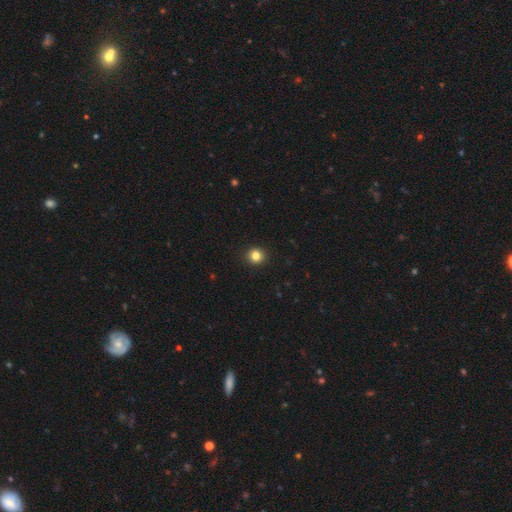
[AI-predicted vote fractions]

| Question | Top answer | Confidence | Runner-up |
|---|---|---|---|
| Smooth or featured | smooth | 83% | star or artifact (12%) |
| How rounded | round | 91% | in between (8%) |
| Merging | none | 93% | minor disturbance (4%) |